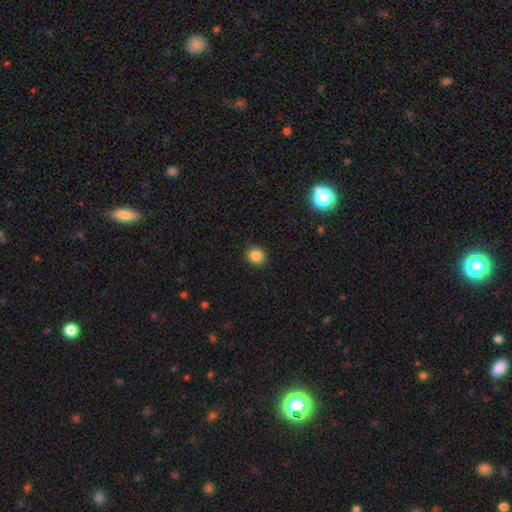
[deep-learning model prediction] A smooth galaxy with no disk features (85%) that is round (89%).

Vote fractions:
- Smooth or featured? smooth: 85% / star or artifact: 11% / featured or disk: 4%
- How rounded? round: 89% / in between: 10% / cigar-shaped: 1%
- Merging? none: 92% / minor disturbance: 6% / major disturbance: 2% / merger: 1%